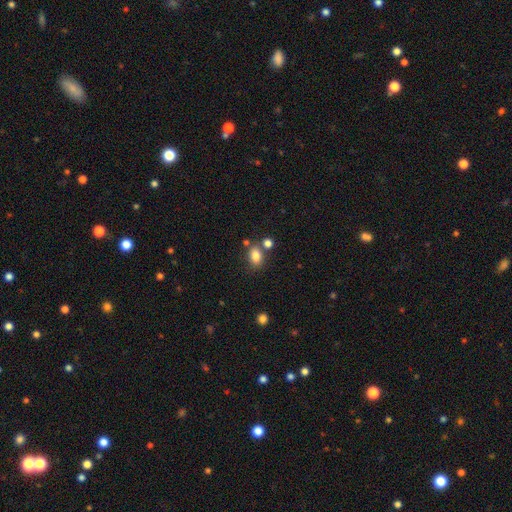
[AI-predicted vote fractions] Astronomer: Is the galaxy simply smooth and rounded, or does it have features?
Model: smooth — 83%.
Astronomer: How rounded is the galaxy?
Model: in between — 75%.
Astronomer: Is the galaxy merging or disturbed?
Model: none — 66%.